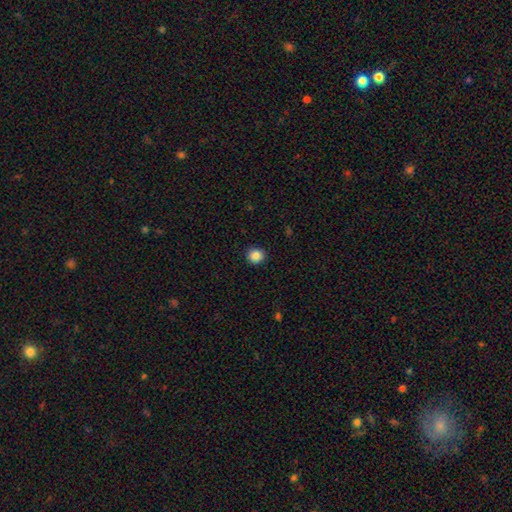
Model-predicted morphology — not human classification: The model was most divided on "smooth or featured": smooth: 86%, star or artifact: 10%, featured or disk: 4%. More confident: merging — none (91%); how rounded — round (89%).